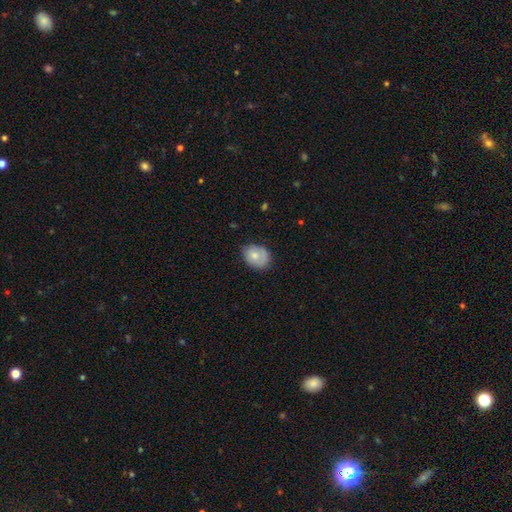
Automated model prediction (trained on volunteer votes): Smooth or featured? Predicted: smooth (p=0.76). How rounded? Predicted: in between (p=0.62). Merging? Predicted: none (p=0.66).